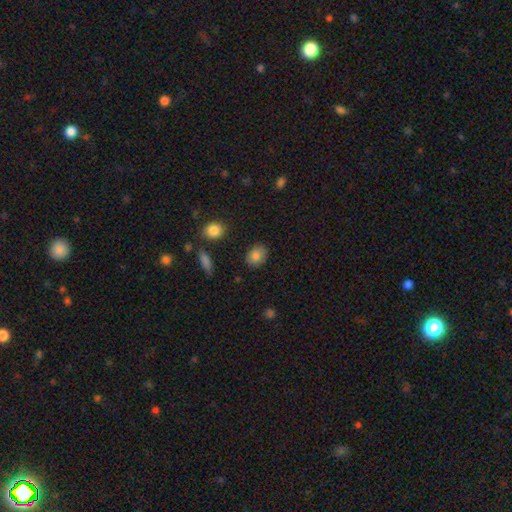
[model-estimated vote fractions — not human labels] A smooth galaxy with no disk features (83%) that is in between round and cigar-shaped (60%). Merging: none (86%).